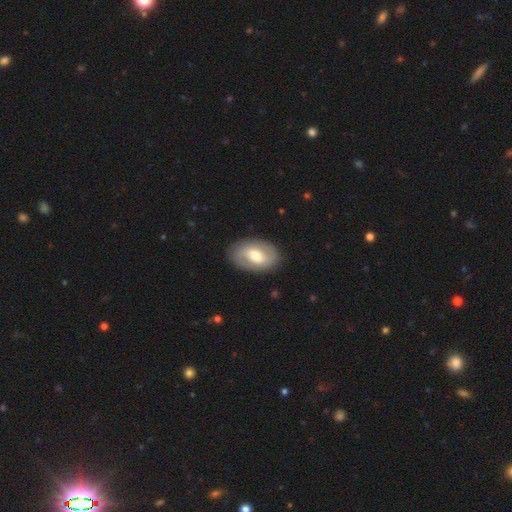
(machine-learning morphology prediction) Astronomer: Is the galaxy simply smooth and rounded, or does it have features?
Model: featured or disk — 53% (runner-up: smooth, 42%).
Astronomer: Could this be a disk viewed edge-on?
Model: no — 94%.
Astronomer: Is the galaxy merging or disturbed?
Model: none — 85%.